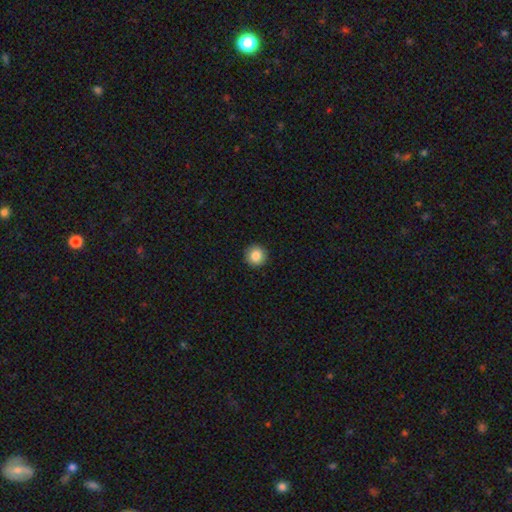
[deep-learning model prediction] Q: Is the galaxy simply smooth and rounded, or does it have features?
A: smooth — 86%.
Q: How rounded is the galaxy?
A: round — 96%.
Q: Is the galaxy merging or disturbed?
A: none — 93%.